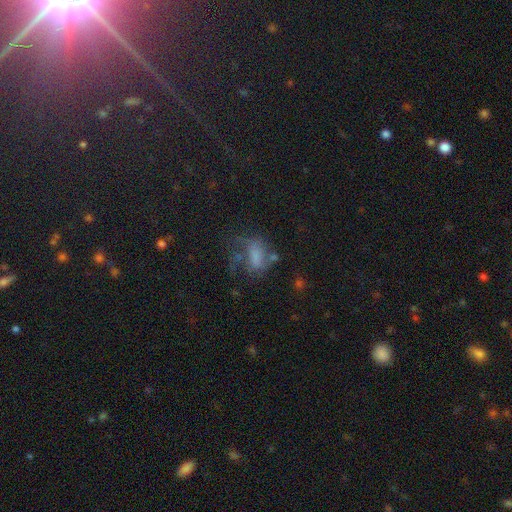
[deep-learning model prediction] The model was most divided on "smooth or featured": smooth: 46%, featured or disk: 37%, star or artifact: 17%. Remaining: merging — major disturbance (42%).